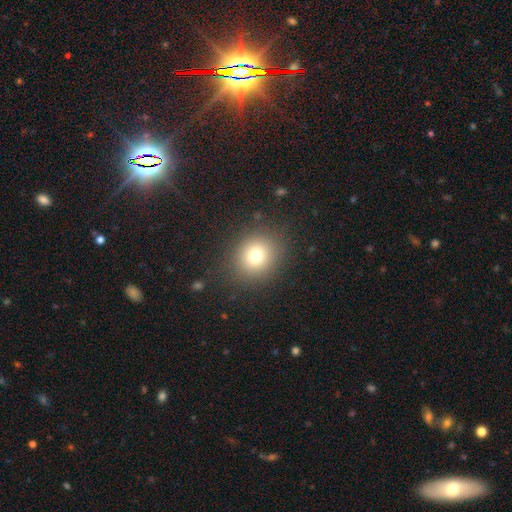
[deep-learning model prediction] A smooth galaxy with no disk features (75%) that is round (82%). Merging: none (86%).